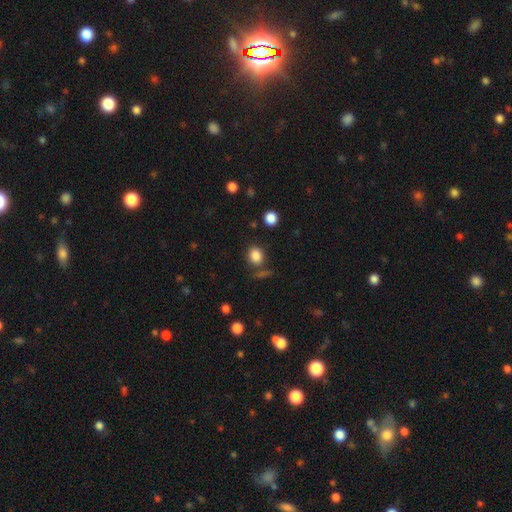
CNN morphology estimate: smooth-or-featured: smooth: 85% | star or artifact: 11% | featured or disk: 5%
  how-rounded: round: 67% | in between: 32% | cigar-shaped: 1%
  merging: none: 76% | minor disturbance: 11% | merger: 8% | major disturbance: 4%